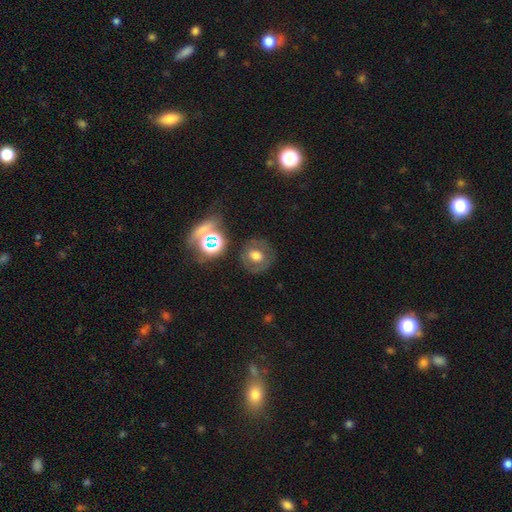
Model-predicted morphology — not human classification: The model was most divided on "smooth or featured": smooth: 52%, featured or disk: 31%, star or artifact: 17%. More confident: how rounded — round (81%); merging — none (77%).